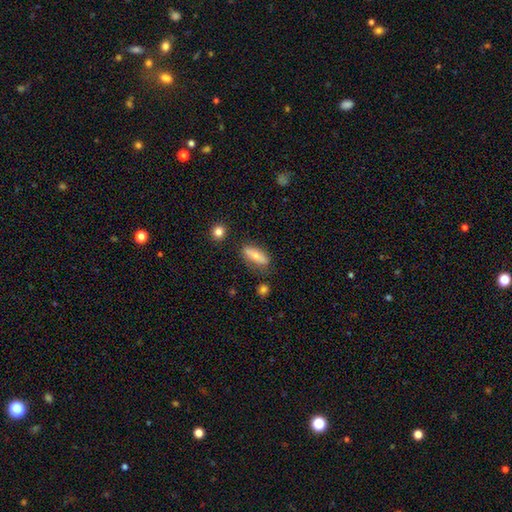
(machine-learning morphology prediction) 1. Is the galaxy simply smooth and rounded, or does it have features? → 63% smooth, 30% featured or disk, 7% star or artifact.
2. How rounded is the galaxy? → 57% in between, 40% cigar-shaped, 3% round.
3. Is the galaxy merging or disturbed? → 77% none, 15% minor disturbance, 4% major disturbance, 4% merger.